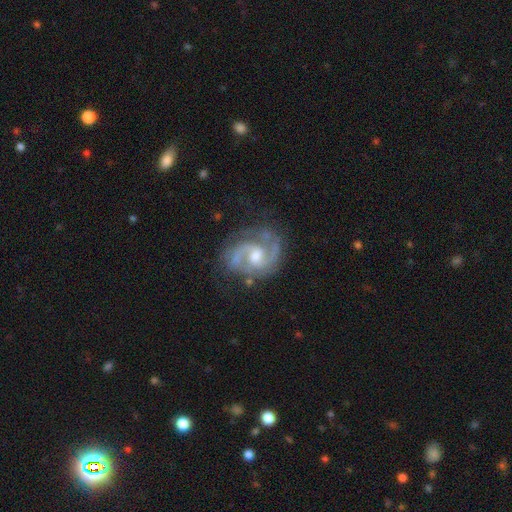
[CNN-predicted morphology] This appears to be a featured or disk galaxy (91%) with a weak bar (48%), 2 (87%) medium (61%) spiral arms (98%) and a moderate central bulge (62%). Merging: none (71%).